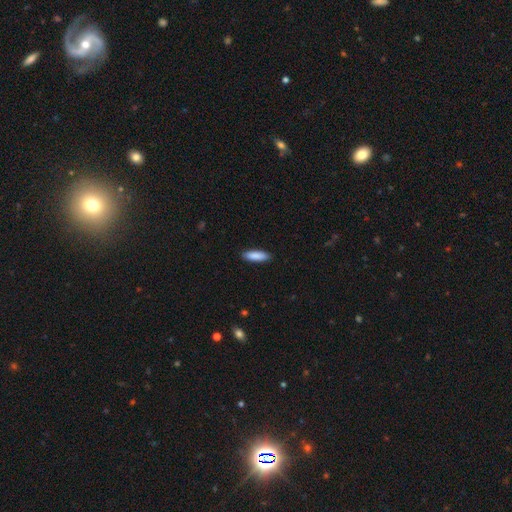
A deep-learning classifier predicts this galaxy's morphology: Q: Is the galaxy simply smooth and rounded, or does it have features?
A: smooth — 88%.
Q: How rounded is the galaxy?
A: cigar-shaped — 54%.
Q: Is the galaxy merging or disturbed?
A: none — 90%.